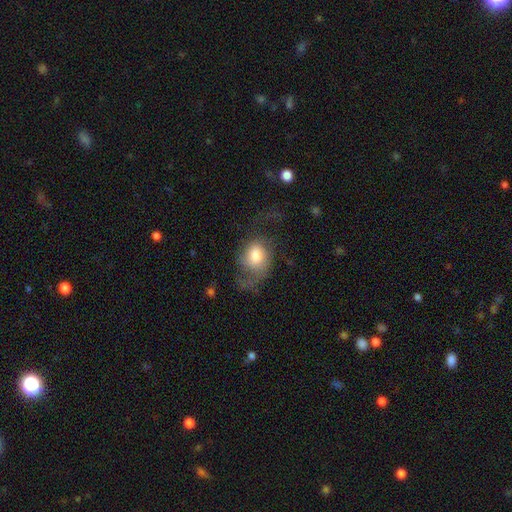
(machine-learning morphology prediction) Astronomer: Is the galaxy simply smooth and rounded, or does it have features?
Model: smooth — 58% (runner-up: featured or disk, 34%).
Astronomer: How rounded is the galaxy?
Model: round — 51% (runner-up: in between, 48%).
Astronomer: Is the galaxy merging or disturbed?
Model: major disturbance — 46% (runner-up: none, 31%).